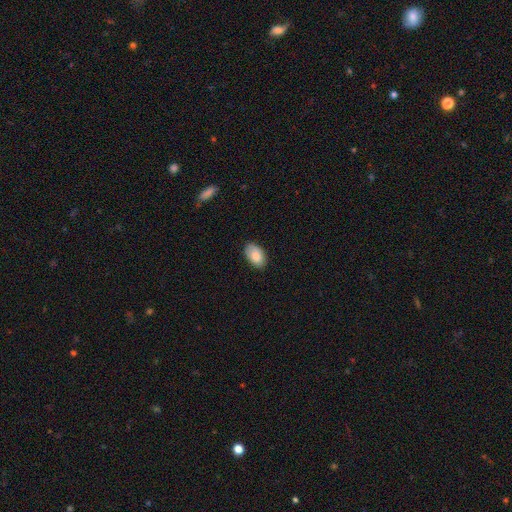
smooth 79%, featured or disk 13%, star or artifact 8%. Down the decision tree: how rounded — in between (93%); merging — none (77%).